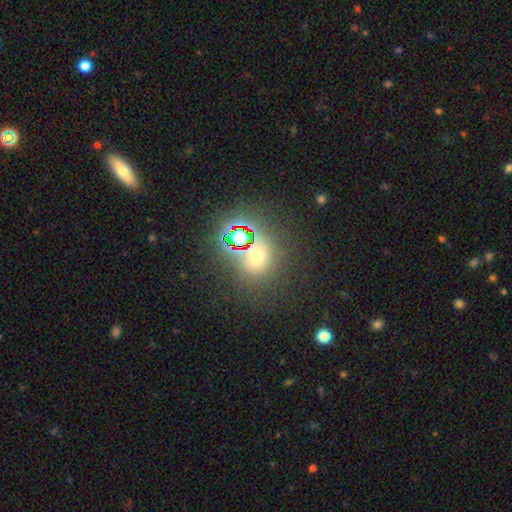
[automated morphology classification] smooth_or_featured: smooth (p=0.47) [alt: star or artifact p=0.43]
merging: none (p=0.73) [alt: merger p=0.11]